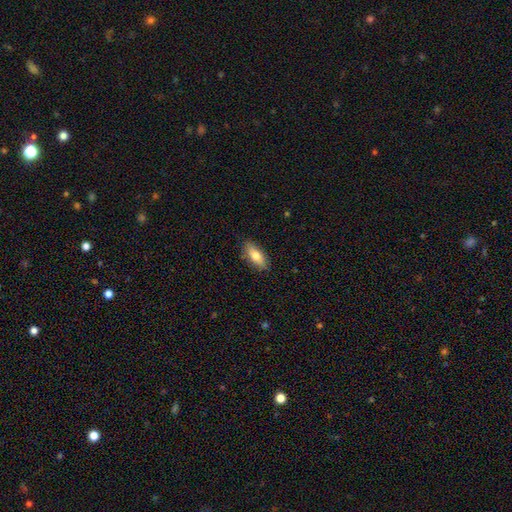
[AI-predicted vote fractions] This is likely a smooth galaxy (76%). How rounded: likely in between (78%). Merging: clearly none (85%).